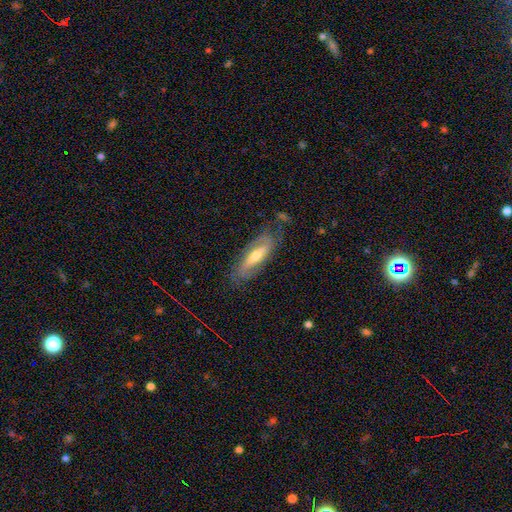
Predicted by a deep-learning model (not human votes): The model was most divided on "bar" (2-way tie): weak: 34%, no: 34%, strong: 32%. More confident: spiral arms — yes (86%); edge-on disk — no (76%); merging — none (73%); smooth or featured — featured or disk (71%); bulge size — moderate (61%).